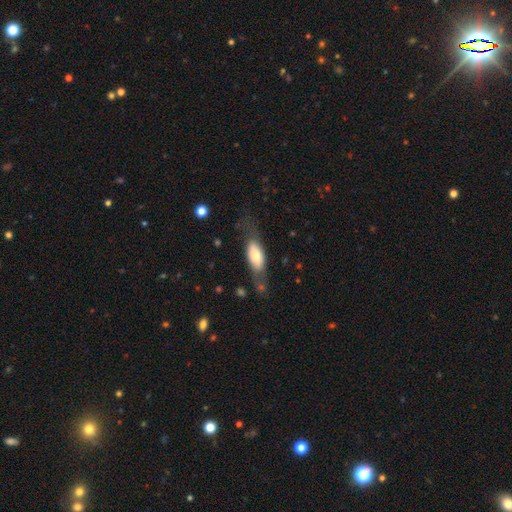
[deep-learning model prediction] Smooth or featured? Predicted: smooth (p=0.62). How rounded? Predicted: in between (p=0.75). Merging? Predicted: none (p=0.56).